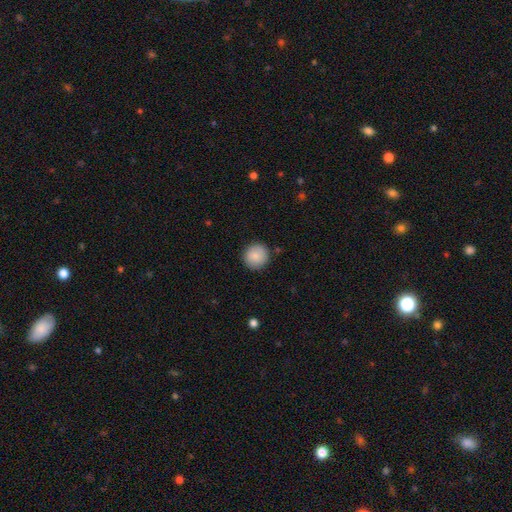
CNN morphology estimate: This appears to be a smooth galaxy with no disk features (87%) that is round (93%). Merging: none (89%).